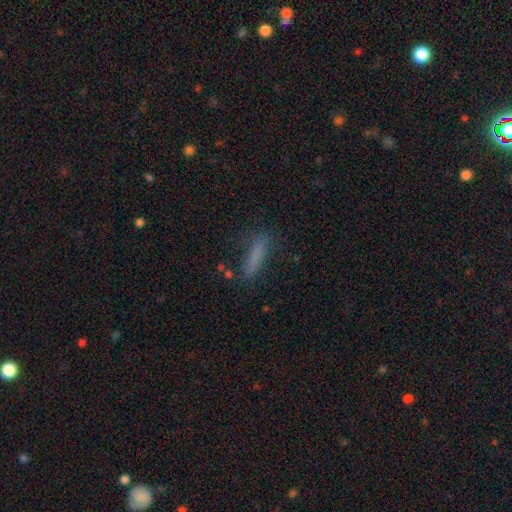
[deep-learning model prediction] Smooth or featured? smooth (76%)
How rounded? cigar-shaped (84%)
Merging? none (78%)